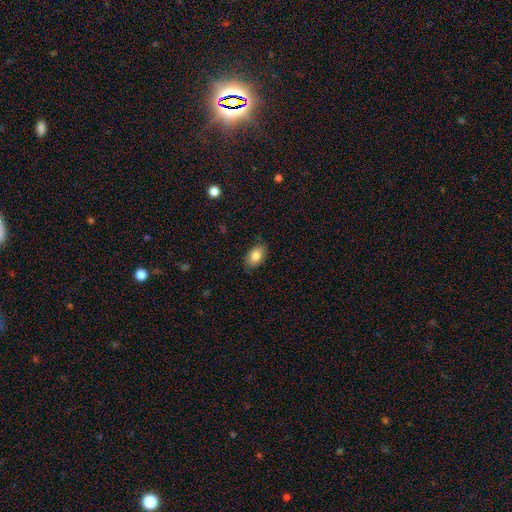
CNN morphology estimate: type=smooth (84%); roundness=in between (89%); merging=none (83%).